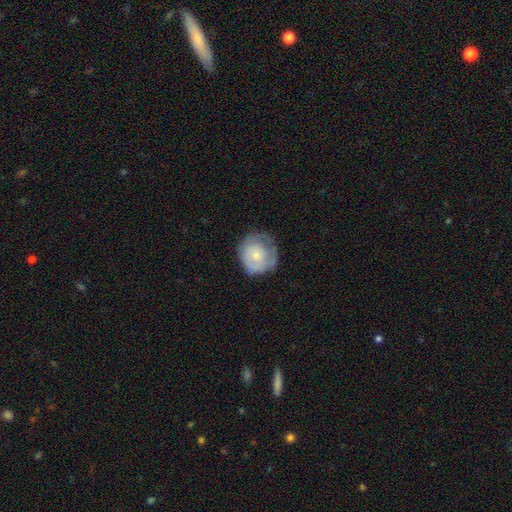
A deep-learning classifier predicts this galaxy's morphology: This is possibly a smooth galaxy (54%). How rounded: clearly round (88%). Merging: possibly none (59%).